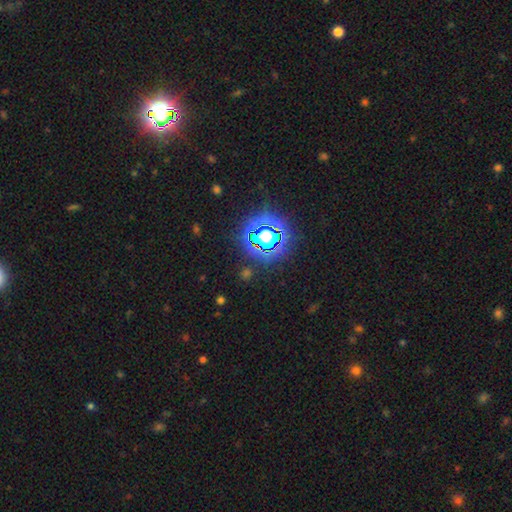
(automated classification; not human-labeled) star or artifact 83%, smooth 11%, featured or disk 6%.